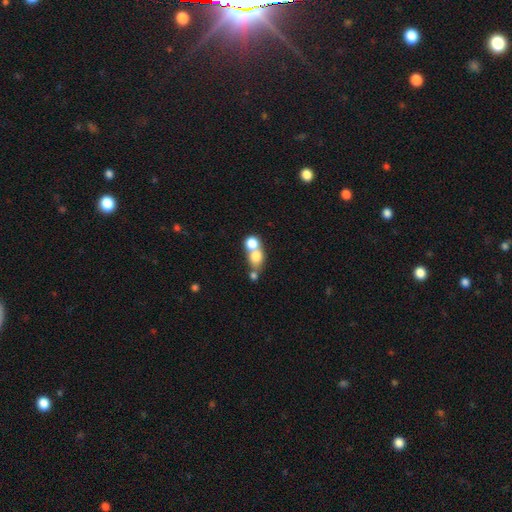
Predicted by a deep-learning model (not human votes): Smooth or featured? Predicted: smooth (p=0.73). How rounded? Predicted: round (p=0.61). Merging? Predicted: merger (p=0.62).